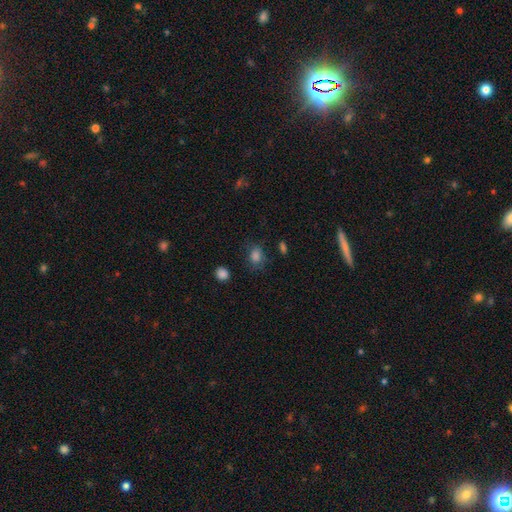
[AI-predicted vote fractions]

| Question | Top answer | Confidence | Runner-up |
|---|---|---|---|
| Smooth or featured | smooth | 82% | star or artifact (12%) |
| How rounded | in between | 56% | round (43%) |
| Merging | none | 68% | minor disturbance (21%) |